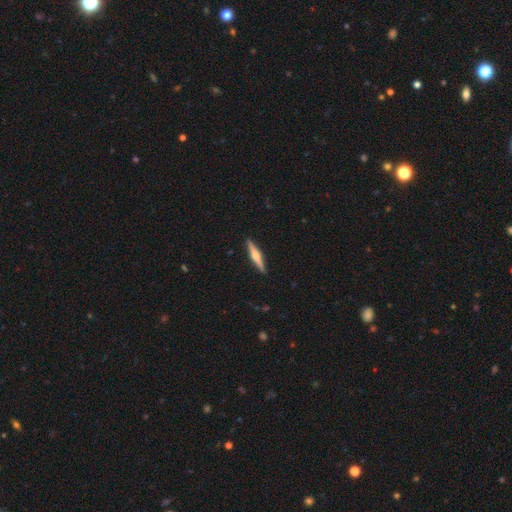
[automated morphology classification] Overall: featured or disk (68%). Edge-on disk: yes (98%). Edge-on bulge: rounded (88%). Merging: none (92%).